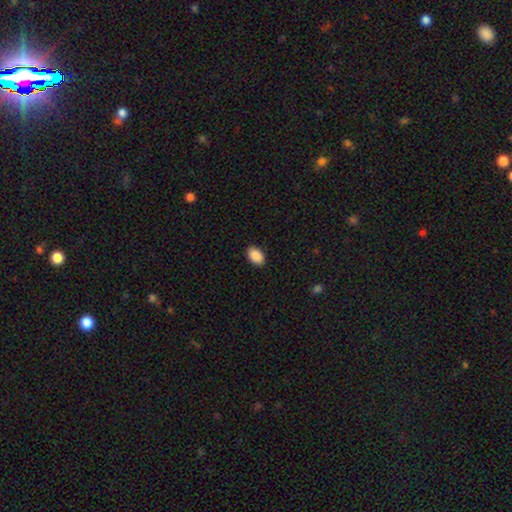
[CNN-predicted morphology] Smooth or featured? Predicted: smooth (p=0.91). How rounded? Predicted: in between (p=0.90). Merging? Predicted: none (p=0.90).